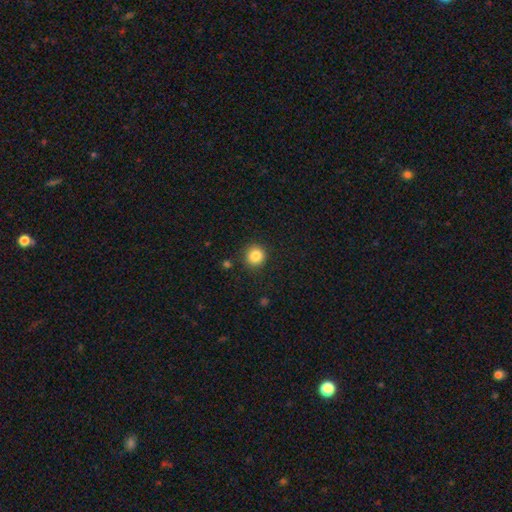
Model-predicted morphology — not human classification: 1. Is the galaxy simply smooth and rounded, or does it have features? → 85% smooth, 10% star or artifact, 5% featured or disk.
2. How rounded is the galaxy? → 92% round, 7% in between, 1% cigar-shaped.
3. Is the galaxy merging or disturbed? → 88% none, 7% minor disturbance, 2% major disturbance, 2% merger.